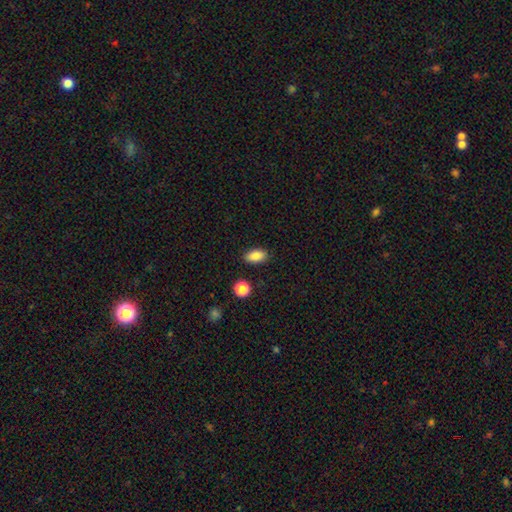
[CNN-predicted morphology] A smooth galaxy with no disk features (86%) that is in between round and cigar-shaped (90%).

Vote fractions:
- Smooth or featured? smooth: 86% / star or artifact: 9% / featured or disk: 5%
- How rounded? in between: 90% / round: 7% / cigar-shaped: 3%
- Merging? none: 87% / minor disturbance: 9% / major disturbance: 2% / merger: 2%